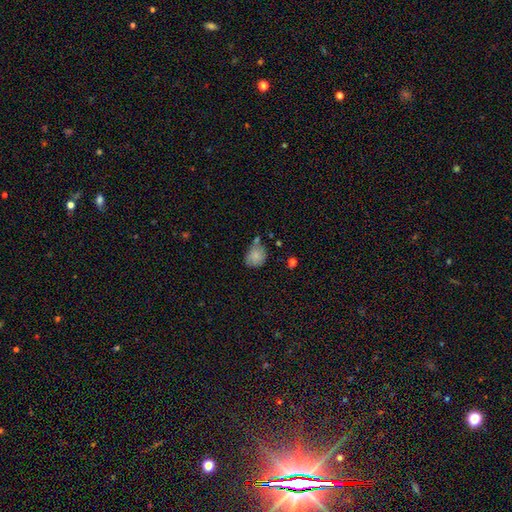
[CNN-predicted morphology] Q: Smooth or featured?
A: smooth (81%); runner-up: featured or disk (10%)
Q: How rounded?
A: round (62%); runner-up: in between (37%)
Q: Merging?
A: none (50%); runner-up: minor disturbance (28%)